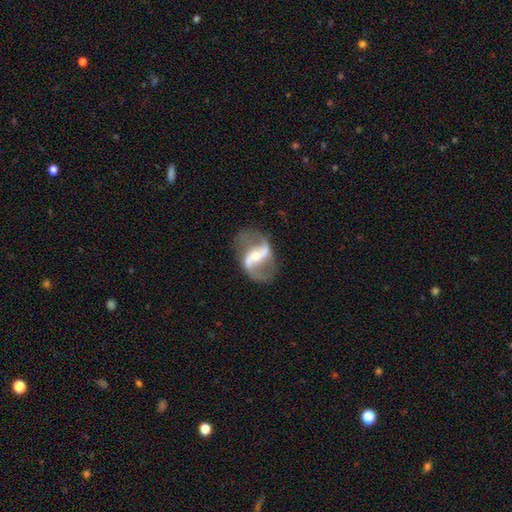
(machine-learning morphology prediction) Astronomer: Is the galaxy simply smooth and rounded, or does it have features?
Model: featured or disk — 88%.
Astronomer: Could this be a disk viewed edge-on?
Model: no — 97%.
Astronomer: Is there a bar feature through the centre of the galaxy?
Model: strong — 41% (runner-up: weak, 35%).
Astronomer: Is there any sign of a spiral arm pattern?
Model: yes — 94%.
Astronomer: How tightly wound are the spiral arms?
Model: loose — 69%.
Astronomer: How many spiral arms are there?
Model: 2 — 93%.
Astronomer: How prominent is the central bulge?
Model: small — 47% (runner-up: moderate, 45%).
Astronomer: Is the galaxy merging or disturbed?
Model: none — 74%.